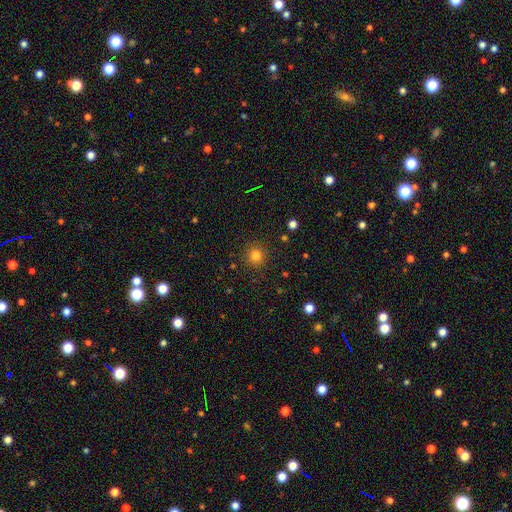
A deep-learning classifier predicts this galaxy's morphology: Smooth or featured? Predicted: smooth (p=0.81). How rounded? Predicted: round (p=0.93). Merging? Predicted: none (p=0.89).